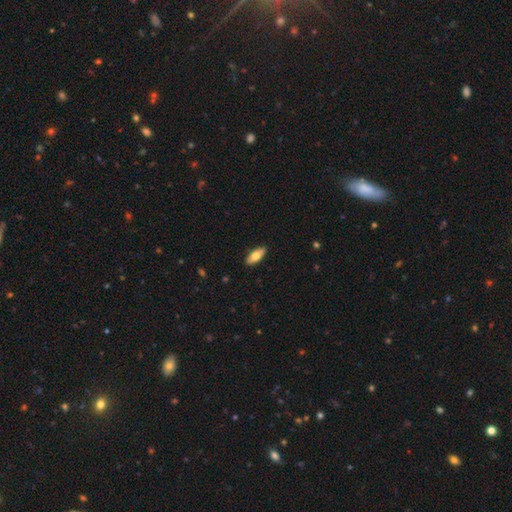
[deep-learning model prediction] A smooth galaxy with no disk features (74%) that is in between round and cigar-shaped (79%).

Vote fractions:
- Smooth or featured? smooth: 74% / featured or disk: 20% / star or artifact: 6%
- How rounded? in between: 79% / cigar-shaped: 18% / round: 2%
- Merging? none: 89% / minor disturbance: 9% / major disturbance: 2% / merger: 1%